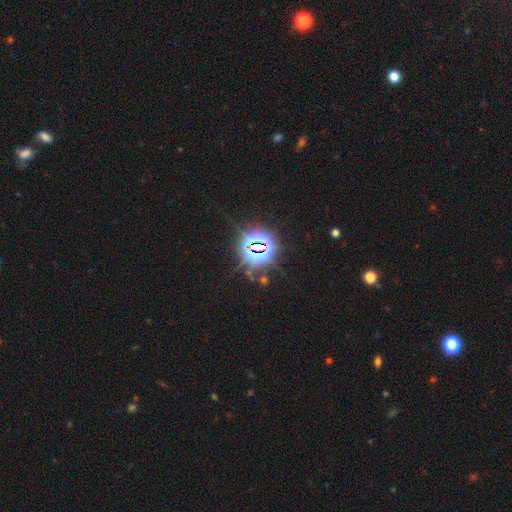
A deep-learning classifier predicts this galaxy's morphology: Smooth or featured? star or artifact (83%)